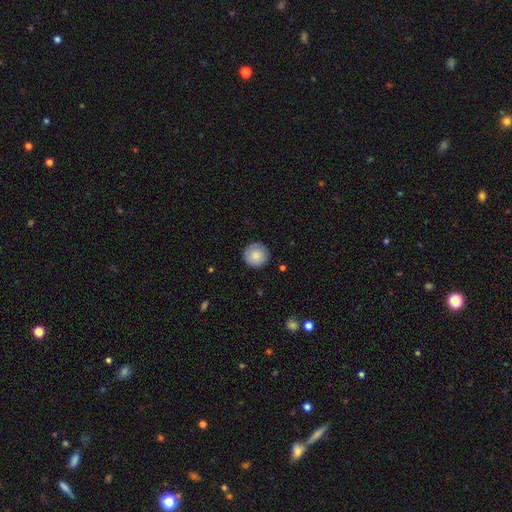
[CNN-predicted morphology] The model was most divided on "smooth or featured": smooth: 84%, featured or disk: 9%, star or artifact: 7%. More confident: how rounded — round (96%); merging — none (89%).